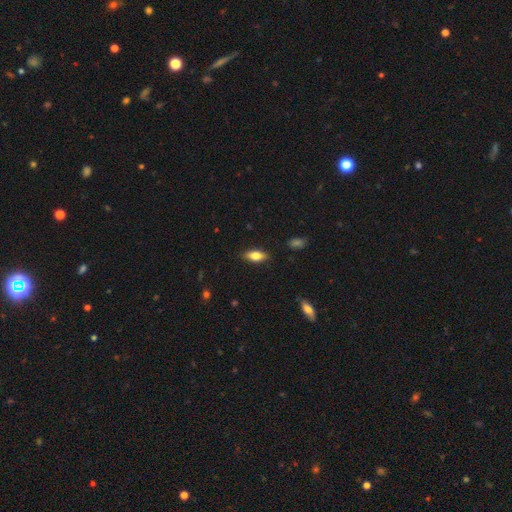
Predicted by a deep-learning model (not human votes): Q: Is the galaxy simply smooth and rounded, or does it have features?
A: smooth — 68%.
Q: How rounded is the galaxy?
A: in between — 76%.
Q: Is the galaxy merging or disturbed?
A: none — 86%.